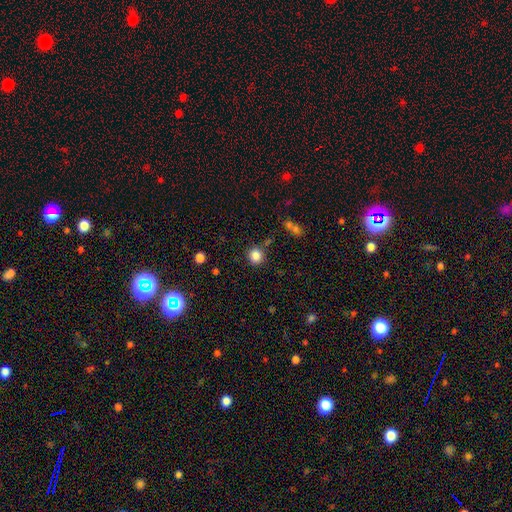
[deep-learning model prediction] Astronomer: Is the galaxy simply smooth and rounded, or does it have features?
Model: smooth — 85%.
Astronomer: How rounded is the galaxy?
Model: round — 89%.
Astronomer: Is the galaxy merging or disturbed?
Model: none — 83%.